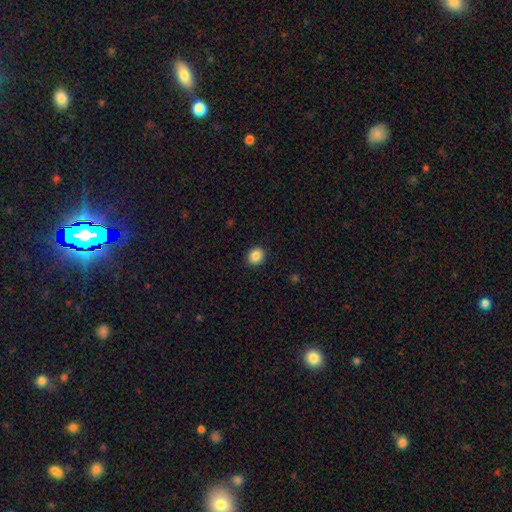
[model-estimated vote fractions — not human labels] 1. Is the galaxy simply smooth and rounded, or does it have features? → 86% smooth, 9% star or artifact, 4% featured or disk.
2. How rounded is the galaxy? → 74% round, 25% in between, 1% cigar-shaped.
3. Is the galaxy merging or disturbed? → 91% none, 6% minor disturbance, 2% major disturbance, 1% merger.